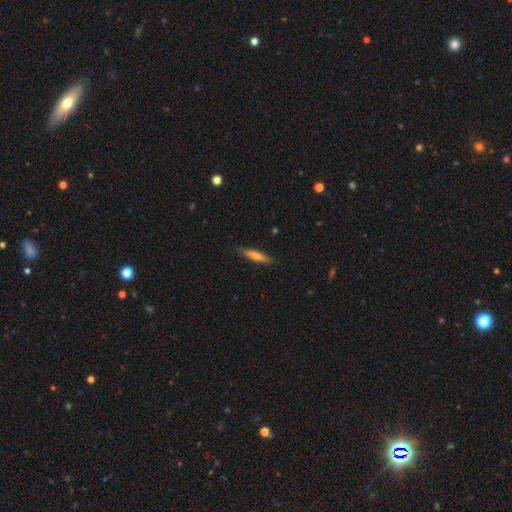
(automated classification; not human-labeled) The model was most divided on "smooth or featured": smooth: 64%, featured or disk: 30%, star or artifact: 6%. More confident: merging — none (87%); how rounded — cigar-shaped (84%).